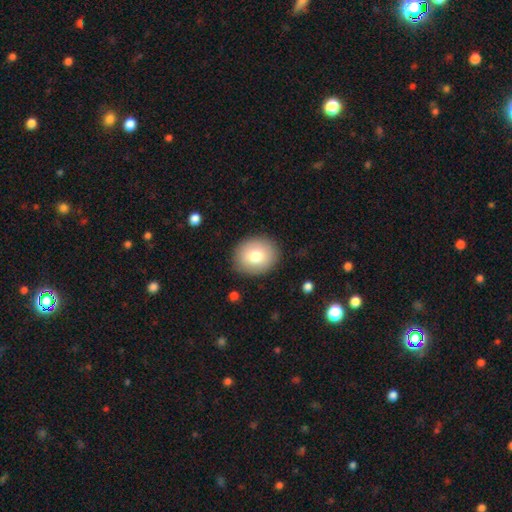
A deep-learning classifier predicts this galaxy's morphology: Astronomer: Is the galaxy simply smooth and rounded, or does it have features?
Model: smooth — 79%.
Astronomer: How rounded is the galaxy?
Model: round — 61% (runner-up: in between, 38%).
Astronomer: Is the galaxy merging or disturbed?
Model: none — 88%.